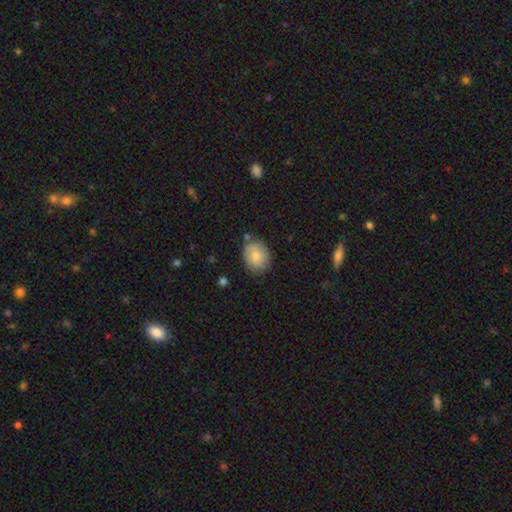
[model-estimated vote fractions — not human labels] A smooth galaxy with no disk features (80%) that is in between round and cigar-shaped (57%).

Vote fractions:
- Smooth or featured? smooth: 80% / featured or disk: 13% / star or artifact: 7%
- How rounded? in between: 57% / round: 42% / cigar-shaped: 1%
- Merging? none: 74% / minor disturbance: 19% / merger: 4% / major disturbance: 4%